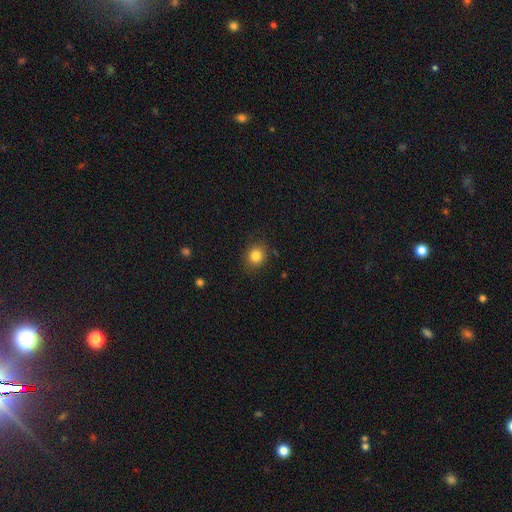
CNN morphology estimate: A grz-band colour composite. It shows a smooth galaxy with no disk features (83%) that is round (72%). Merging: none (85%).